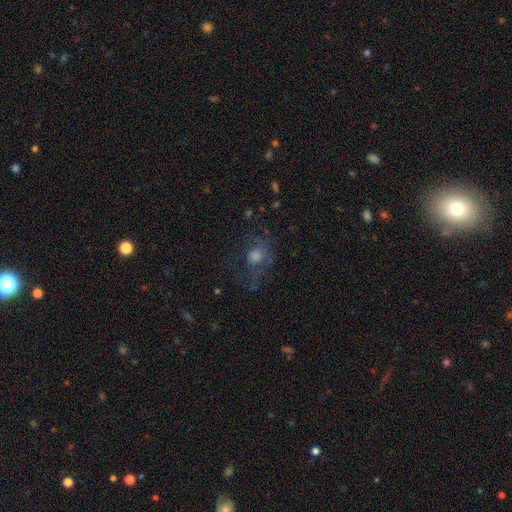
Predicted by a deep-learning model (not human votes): Smooth or featured?
  - featured or disk: 43% *
  - smooth: 39%
  - star or artifact: 19%
Merging?
  - none: 52% *
  - major disturbance: 27%
  - minor disturbance: 19%
  - merger: 2%